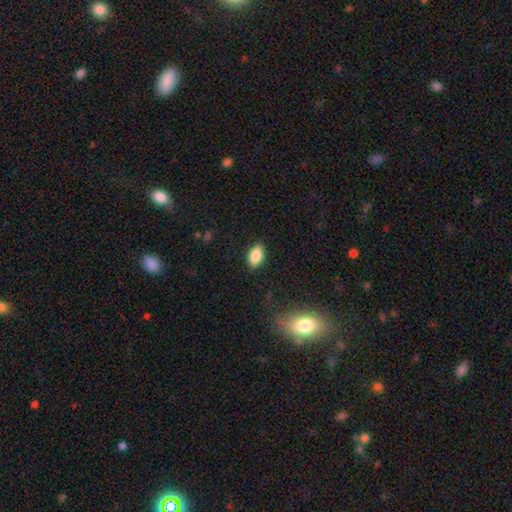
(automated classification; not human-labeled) Smooth or featured: smooth — 85% (star or artifact — 8%)
How rounded: in between — 91% (round — 5%)
Merging: none — 86% (minor disturbance — 11%)